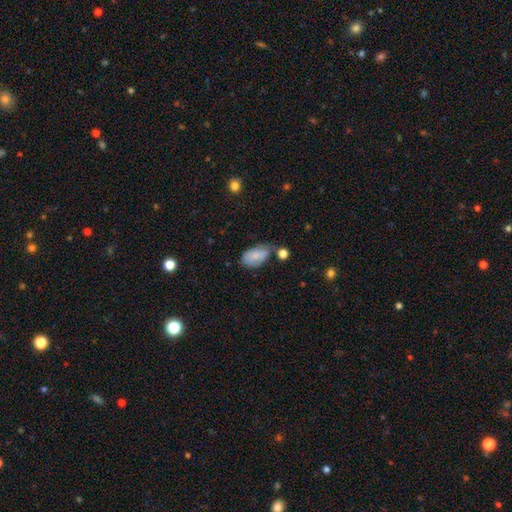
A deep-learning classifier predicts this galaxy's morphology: This is likely a smooth galaxy (77%). How rounded: clearly in between (93%). Merging: marginally none (44%).